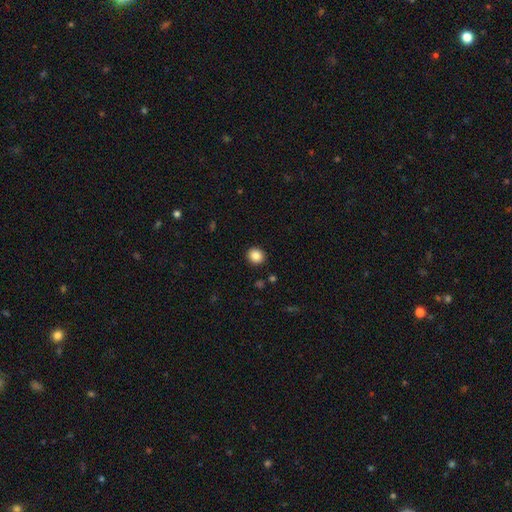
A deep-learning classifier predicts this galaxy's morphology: type=smooth (86%); roundness=round (82%); merging=none (91%).